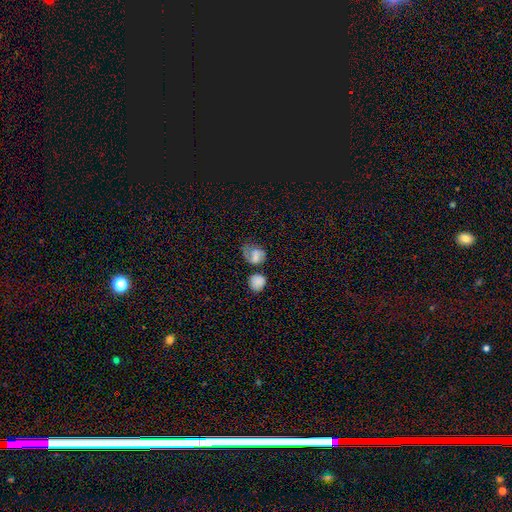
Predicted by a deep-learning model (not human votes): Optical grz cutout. It shows a smooth galaxy with no disk features (60%) that is in between round and cigar-shaped (53%). Merging: none (40%).